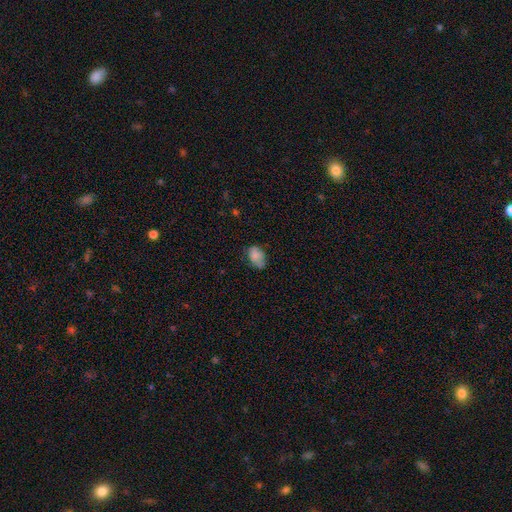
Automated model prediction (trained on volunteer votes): A smooth galaxy with no disk features (77%) that is in between round and cigar-shaped (81%). Merging: none (57%).